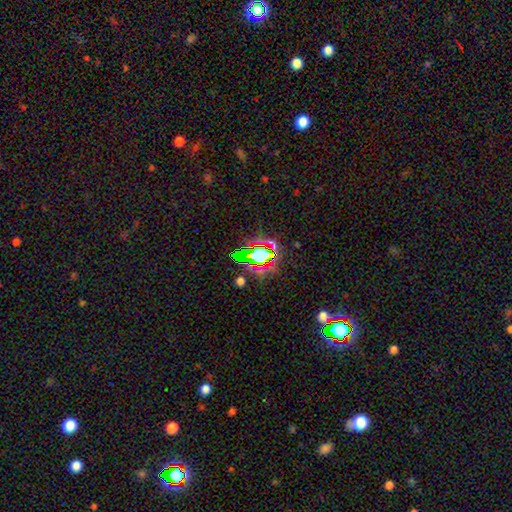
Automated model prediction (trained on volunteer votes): This appears to be a star or artifact, not a galaxy (56%).